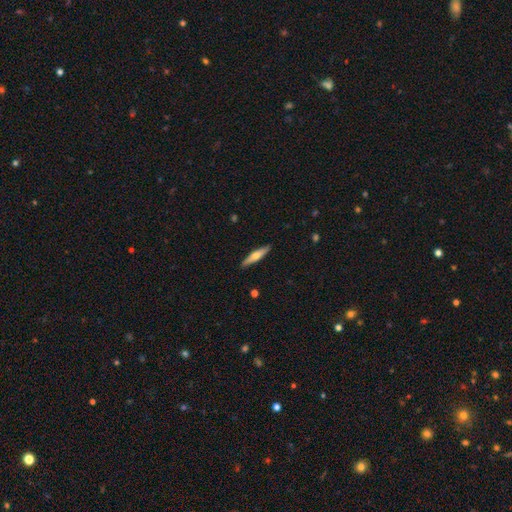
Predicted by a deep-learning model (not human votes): smooth_or_featured: featured or disk (p=0.50) [alt: smooth p=0.45]
merging: none (p=0.90) [alt: minor disturbance p=0.07]